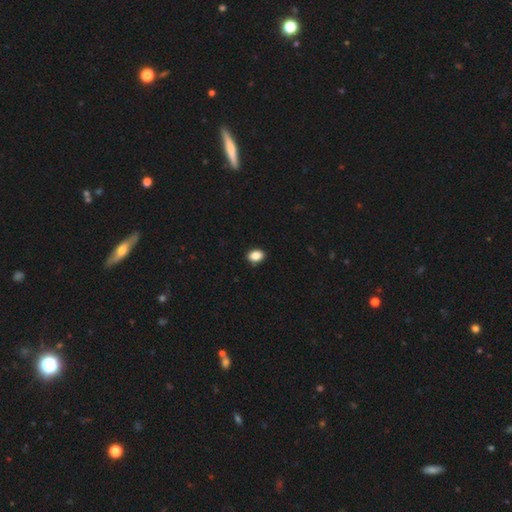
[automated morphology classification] A smooth galaxy with no disk features (87%) that is in between round and cigar-shaped (71%). Merging: none (89%).